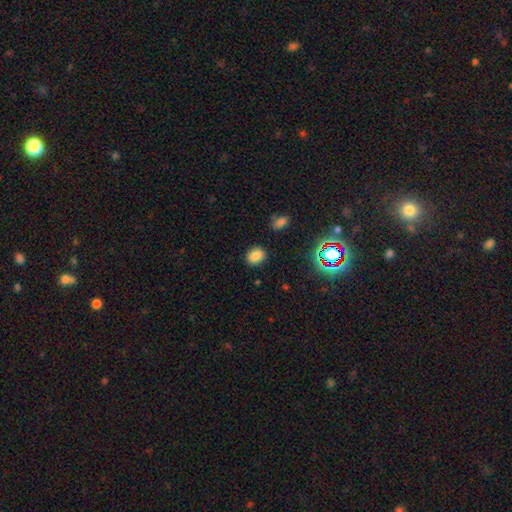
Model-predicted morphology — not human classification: Smooth or featured: smooth — 80% (star or artifact — 15%)
How rounded: in between — 54% (round — 45%)
Merging: none — 87% (minor disturbance — 9%)